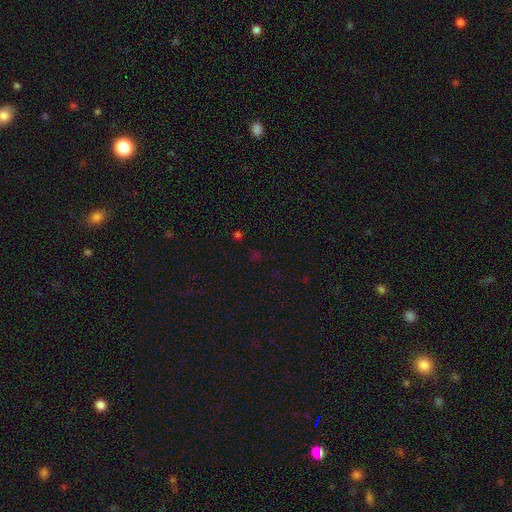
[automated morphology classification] Smooth or featured?
  - star or artifact: 58% *
  - smooth: 35%
  - featured or disk: 7%